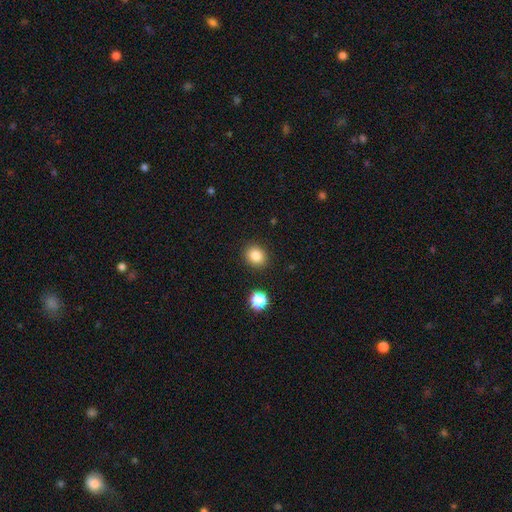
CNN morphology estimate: This is clearly a smooth galaxy (84%). How rounded: likely round (71%). Merging: clearly none (89%).